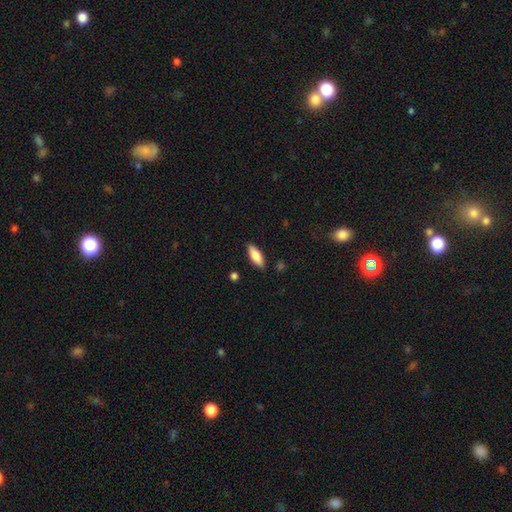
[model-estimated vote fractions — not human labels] smooth 80%, featured or disk 14%, star or artifact 6%. Down the decision tree: how rounded — in between (66%); merging — none (87%).